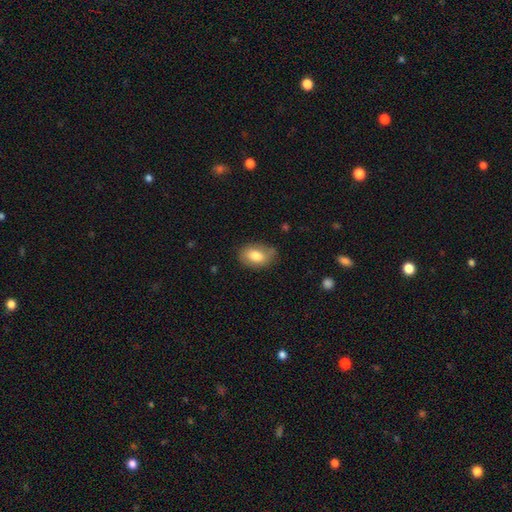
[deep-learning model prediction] smooth 78%, featured or disk 15%, star or artifact 7%. Down the decision tree: how rounded — in between (85%); merging — none (71%).